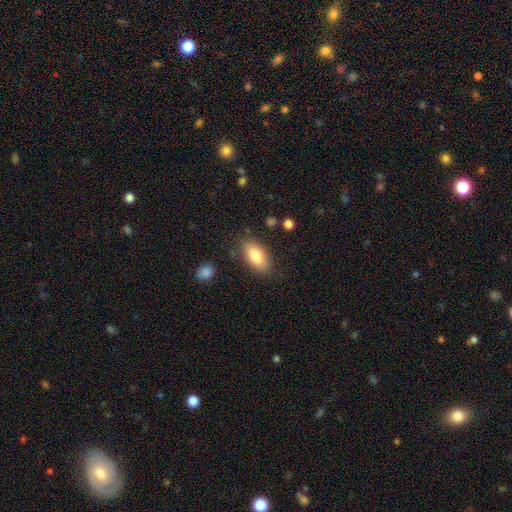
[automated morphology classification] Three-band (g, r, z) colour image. It shows a smooth galaxy with no disk features (80%) that is in between round and cigar-shaped (87%). Merging: none (81%).